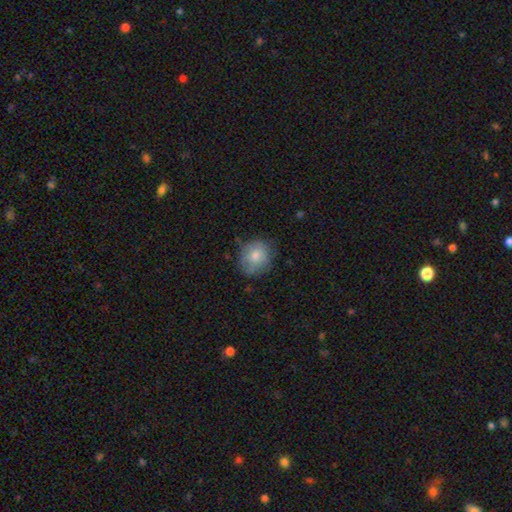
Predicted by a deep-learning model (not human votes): Q: Smooth or featured?
A: smooth (77%); runner-up: featured or disk (16%)
Q: How rounded?
A: round (72%); runner-up: in between (27%)
Q: Merging?
A: none (67%); runner-up: minor disturbance (25%)